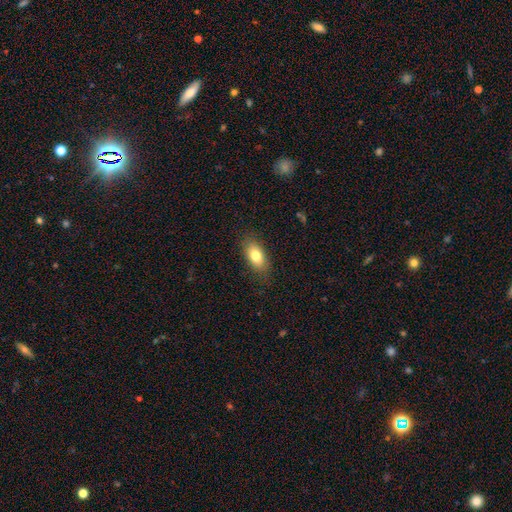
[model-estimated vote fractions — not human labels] smooth-or-featured: smooth: 79% | featured or disk: 13% | star or artifact: 8%
  how-rounded: in between: 88% | cigar-shaped: 6% | round: 6%
  merging: none: 84% | minor disturbance: 12% | major disturbance: 3% | merger: 1%